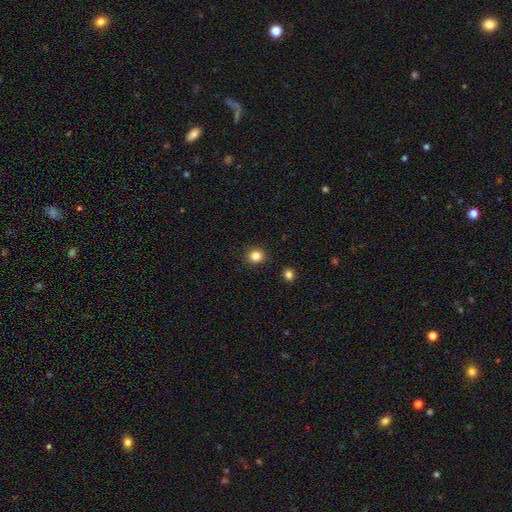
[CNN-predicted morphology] The model was most divided on "how rounded": round: 83%, in between: 16%, cigar-shaped: 1%. More confident: merging — none (91%); smooth or featured — smooth (84%).